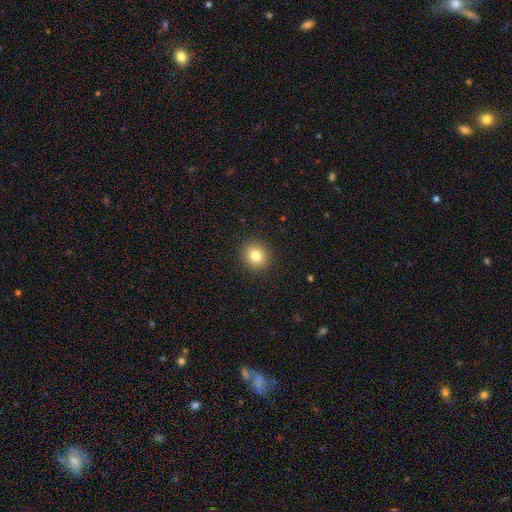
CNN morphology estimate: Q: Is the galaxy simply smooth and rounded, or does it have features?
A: smooth — 82%.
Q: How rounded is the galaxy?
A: round — 85%.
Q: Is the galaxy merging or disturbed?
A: none — 91%.